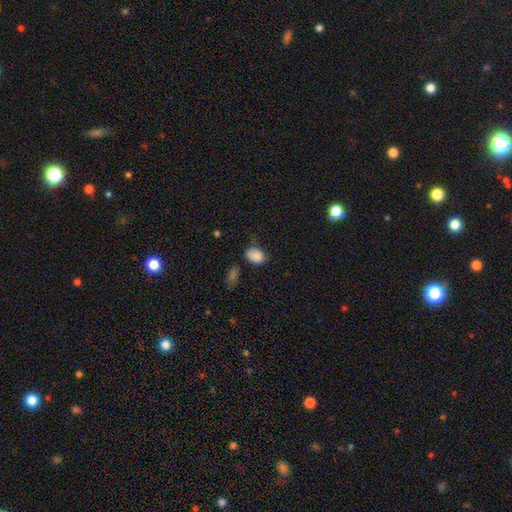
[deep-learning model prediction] smooth-or-featured: smooth: 86% | star or artifact: 10% | featured or disk: 4%
  how-rounded: in between: 77% | round: 22% | cigar-shaped: 1%
  merging: none: 63% | minor disturbance: 27% | major disturbance: 6% | merger: 4%